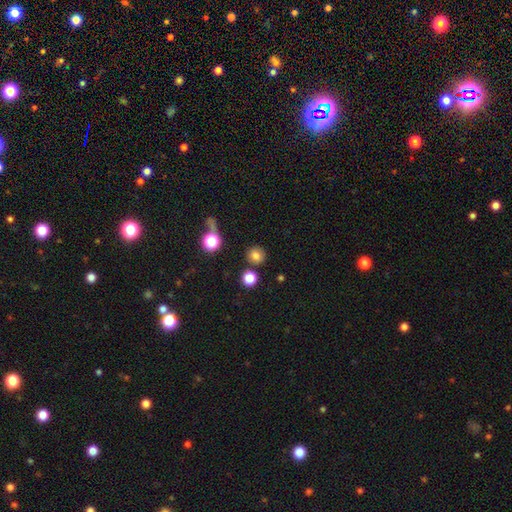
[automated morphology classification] This appears to be a smooth galaxy with no disk features (78%) that is round (89%). Merging: none (83%).